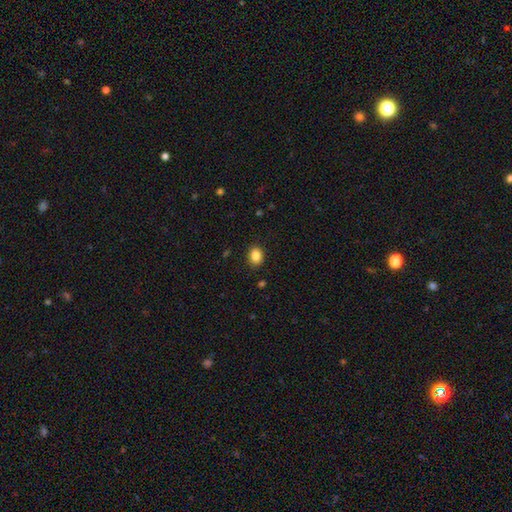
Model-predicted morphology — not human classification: Smooth or featured?
  - smooth: 86% *
  - star or artifact: 10%
  - featured or disk: 5%
How rounded?
  - in between: 54% *
  - round: 45%
  - cigar-shaped: 1%
Merging?
  - none: 88% *
  - minor disturbance: 8%
  - major disturbance: 2%
  - merger: 1%